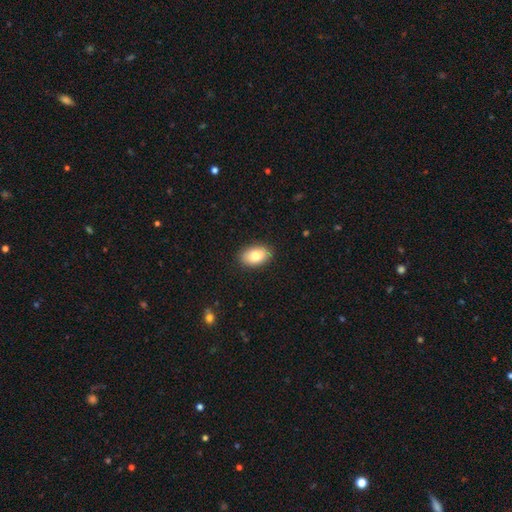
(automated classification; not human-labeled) Q: Smooth or featured?
A: smooth (83%); runner-up: featured or disk (10%)
Q: How rounded?
A: in between (91%); runner-up: round (8%)
Q: Merging?
A: none (89%); runner-up: minor disturbance (8%)